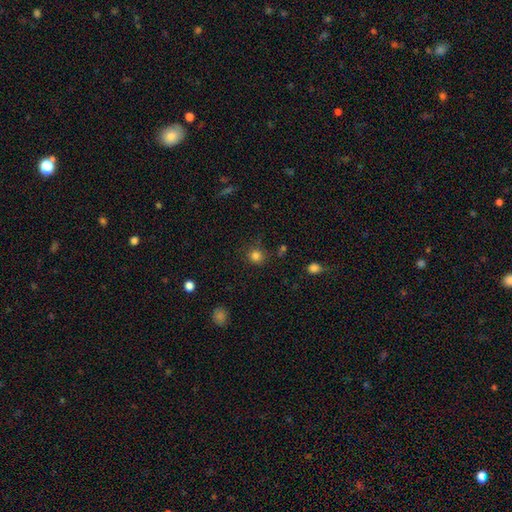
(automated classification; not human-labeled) Smooth or featured?
  - smooth: 81% *
  - star or artifact: 14%
  - featured or disk: 5%
How rounded?
  - round: 89% *
  - in between: 10%
  - cigar-shaped: 1%
Merging?
  - none: 79% *
  - minor disturbance: 13%
  - major disturbance: 4%
  - merger: 3%